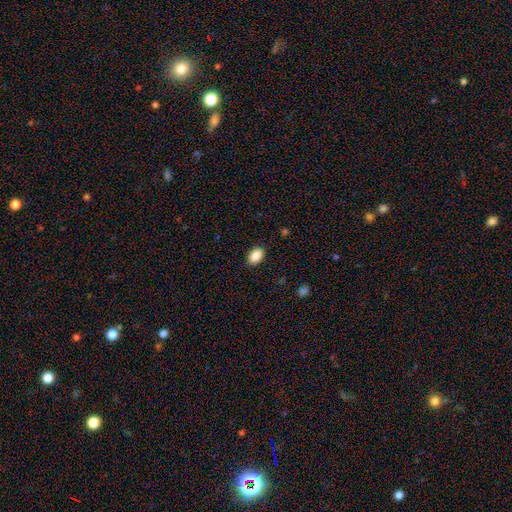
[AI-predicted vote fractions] The model was most divided on "how rounded": in between: 87%, round: 12%, cigar-shaped: 1%. More confident: merging — none (89%); smooth or featured — smooth (88%).